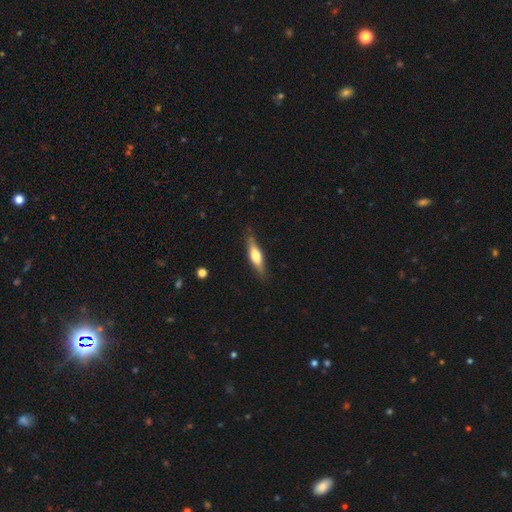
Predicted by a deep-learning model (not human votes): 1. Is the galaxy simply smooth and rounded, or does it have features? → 54% smooth, 40% featured or disk, 6% star or artifact.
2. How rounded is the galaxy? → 63% cigar-shaped, 35% in between, 2% round.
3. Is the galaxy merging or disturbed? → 81% none, 15% minor disturbance, 3% major disturbance, 1% merger.